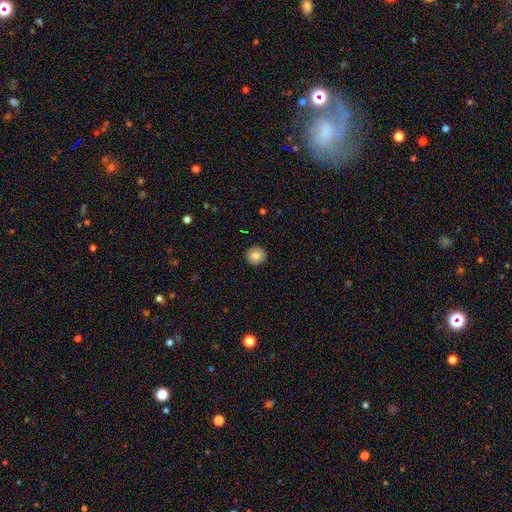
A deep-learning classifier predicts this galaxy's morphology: This appears to be a smooth galaxy with no disk features (81%) that is round (92%). Merging: none (91%).